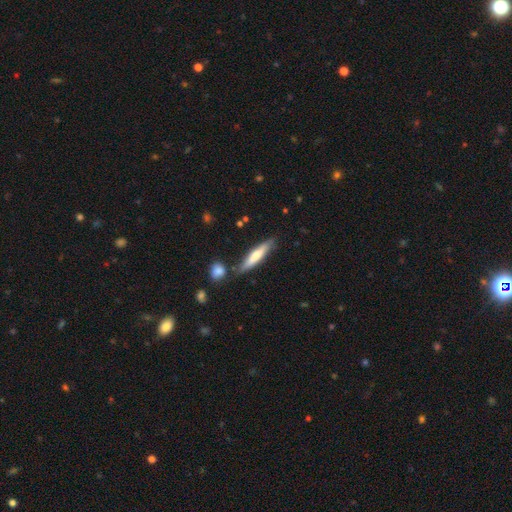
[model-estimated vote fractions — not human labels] smooth_or_featured: smooth (p=0.60) [alt: featured or disk p=0.35]
how_rounded: cigar-shaped (p=0.86) [alt: in between p=0.13]
merging: none (p=0.77) [alt: minor disturbance p=0.13]